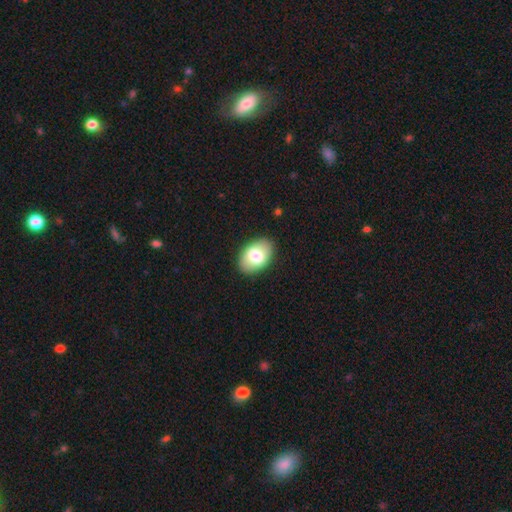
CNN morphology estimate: Overall: smooth (74%). How rounded: in between (90%). Merging: none (88%).